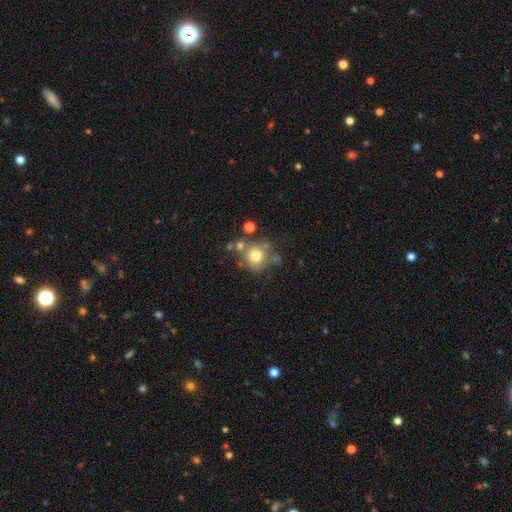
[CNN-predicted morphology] Overall: smooth (73%). How rounded: round (87%). Merging: none (64%).